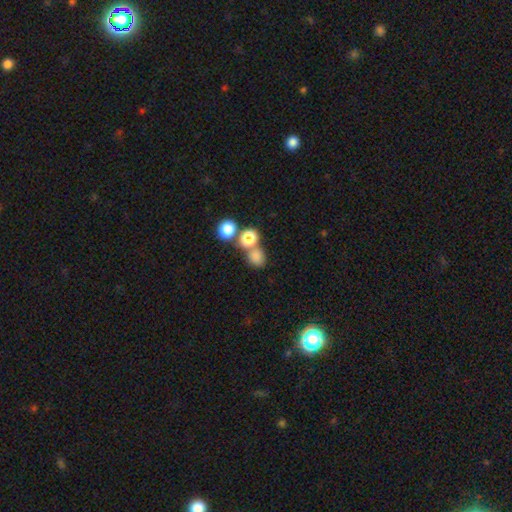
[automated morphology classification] smooth_or_featured: smooth (p=0.78) [alt: star or artifact p=0.14]
how_rounded: round (p=0.69) [alt: in between p=0.30]
merging: none (p=0.49) [alt: merger p=0.37]